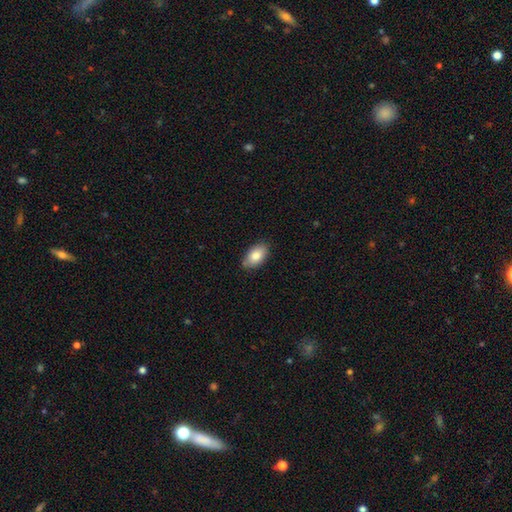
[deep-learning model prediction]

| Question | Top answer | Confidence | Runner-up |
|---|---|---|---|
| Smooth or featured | smooth | 83% | featured or disk (11%) |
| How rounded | in between | 93% | round (5%) |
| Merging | none | 83% | minor disturbance (14%) |